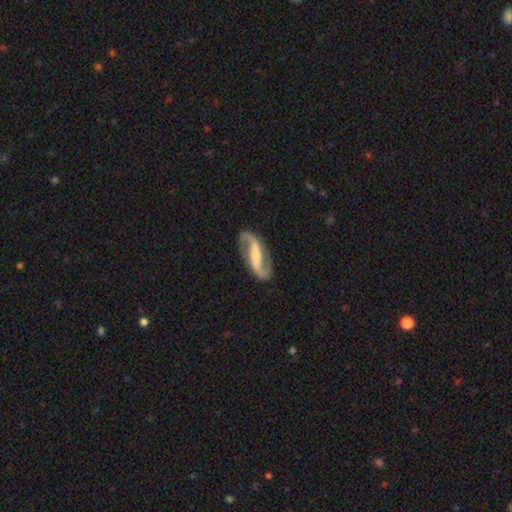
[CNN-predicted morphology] Smooth or featured?
  - featured or disk: 89% *
  - smooth: 6%
  - star or artifact: 4%
Edge-on disk?
  - no: 95% *
  - yes: 5%
Bar?
  - strong: 45% *
  - weak: 33%
  - no: 22%
Spiral arms?
  - yes: 97% *
  - no: 3%
Spiral winding?
  - loose: 56% *
  - medium: 34%
  - tight: 10%
Spiral arm count?
  - 2: 94% *
  - can't tell: 2%
  - 1: 2%
  - 3: 1%
  - 4: 1%
  - more than 4: 1%
Bulge size?
  - small: 37% *
  - moderate: 35%
  - none: 19%
  - large: 8%
  - dominant: 2%
Merging?
  - none: 85% *
  - minor disturbance: 10%
  - major disturbance: 4%
  - merger: 2%